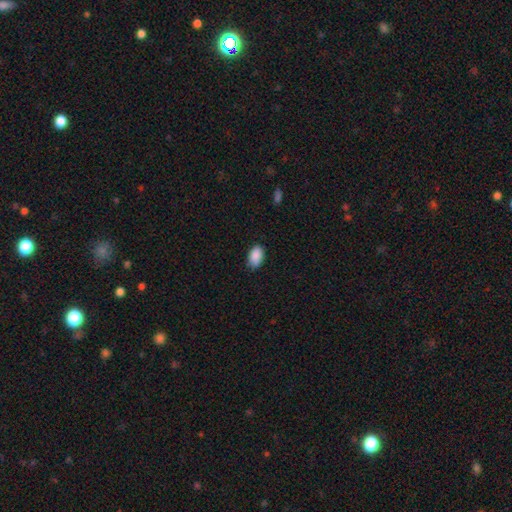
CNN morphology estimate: Smooth or featured? Predicted: smooth (p=0.90). How rounded? Predicted: in between (p=0.93). Merging? Predicted: none (p=0.82).